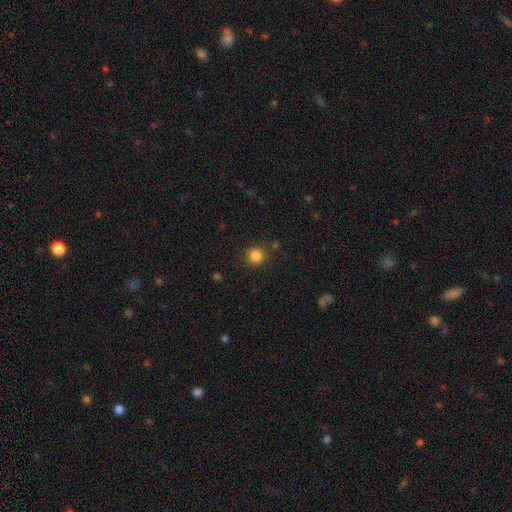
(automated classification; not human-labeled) Smooth or featured?
  - smooth: 84% *
  - star or artifact: 12%
  - featured or disk: 4%
How rounded?
  - round: 92% *
  - in between: 7%
  - cigar-shaped: 1%
Merging?
  - none: 87% *
  - minor disturbance: 8%
  - major disturbance: 3%
  - merger: 2%